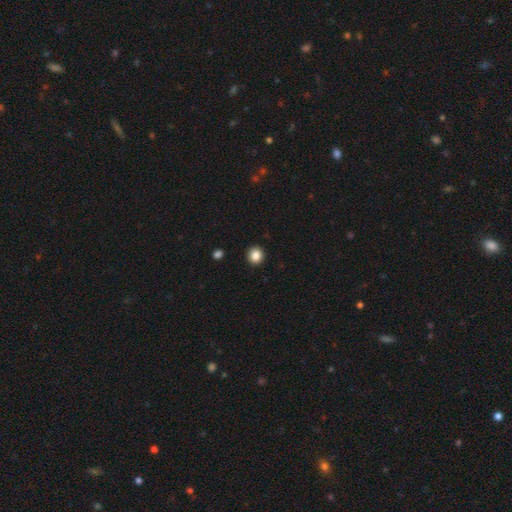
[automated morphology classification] Overall: smooth (86%). How rounded: round (84%). Merging: none (93%).